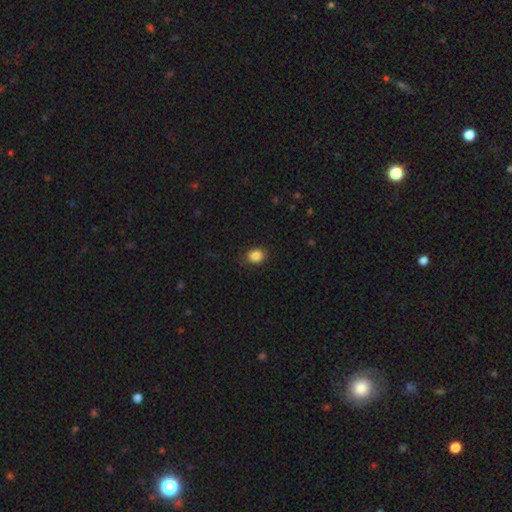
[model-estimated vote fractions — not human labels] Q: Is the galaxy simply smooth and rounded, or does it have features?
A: smooth — 86%.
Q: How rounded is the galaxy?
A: in between — 50%.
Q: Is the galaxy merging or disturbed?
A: none — 83%.